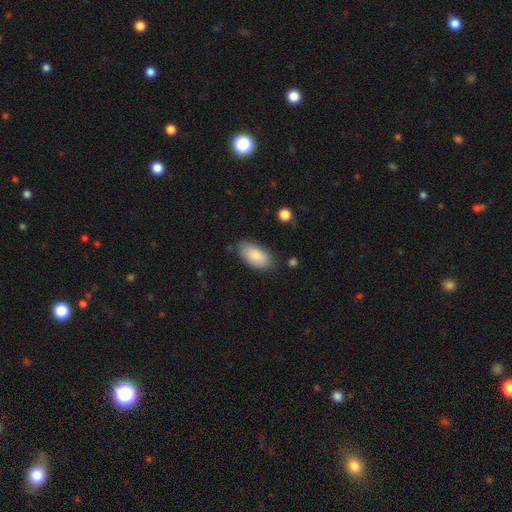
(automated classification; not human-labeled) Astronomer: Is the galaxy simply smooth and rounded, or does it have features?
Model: smooth — 86%.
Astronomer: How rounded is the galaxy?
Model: in between — 94%.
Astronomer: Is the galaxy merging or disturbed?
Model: none — 79%.